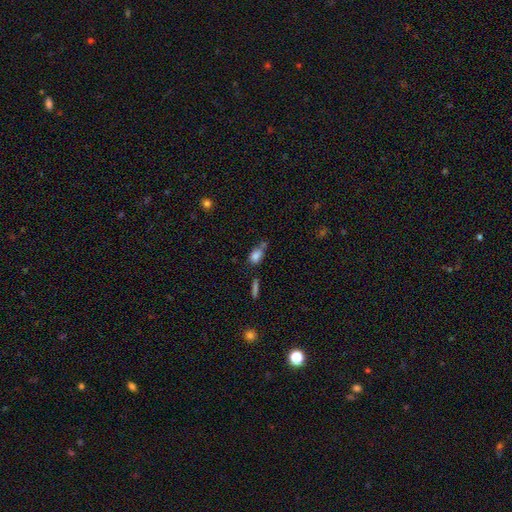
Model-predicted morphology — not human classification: The model was most divided on "merging": none: 44%, merger: 27%, minor disturbance: 22%, major disturbance: 8%. More confident: smooth or featured — smooth (80%); how rounded — in between (77%).